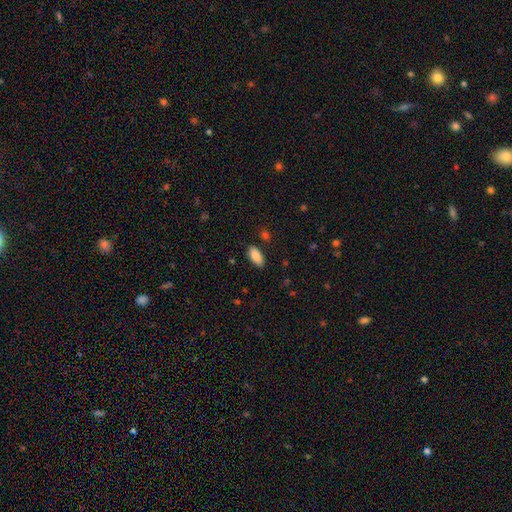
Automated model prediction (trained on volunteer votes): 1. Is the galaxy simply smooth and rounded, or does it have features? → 88% smooth, 7% star or artifact, 5% featured or disk.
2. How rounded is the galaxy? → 88% in between, 10% cigar-shaped, 2% round.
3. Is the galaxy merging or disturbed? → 85% none, 11% minor disturbance, 2% major disturbance, 2% merger.